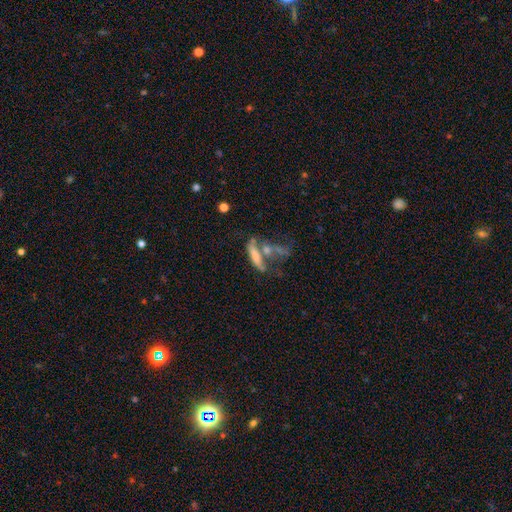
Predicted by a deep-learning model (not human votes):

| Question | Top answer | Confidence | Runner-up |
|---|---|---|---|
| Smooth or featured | smooth | 56% | featured or disk (34%) |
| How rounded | cigar-shaped | 64% | in between (33%) |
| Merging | merger | 41% | none (33%) |